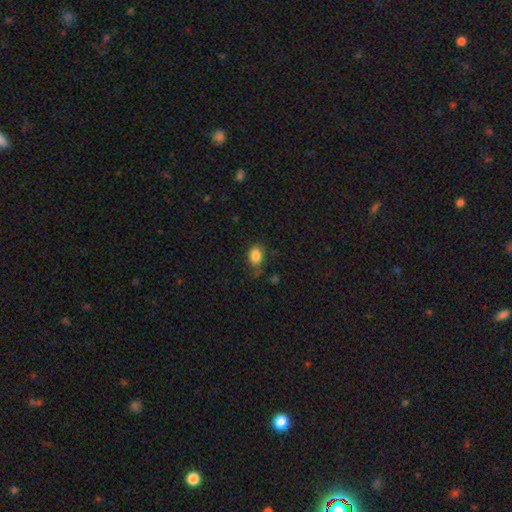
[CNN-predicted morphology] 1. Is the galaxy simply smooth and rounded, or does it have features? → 85% smooth, 9% star or artifact, 5% featured or disk.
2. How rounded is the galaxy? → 75% in between, 23% round, 1% cigar-shaped.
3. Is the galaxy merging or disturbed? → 69% none, 22% minor disturbance, 6% major disturbance, 3% merger.